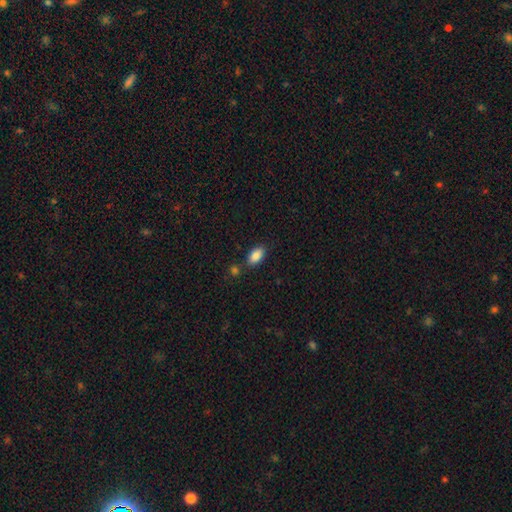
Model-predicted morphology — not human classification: The model was most divided on "merging": none: 77%, minor disturbance: 12%, merger: 8%, major disturbance: 3%. More confident: how rounded — in between (92%); smooth or featured — smooth (87%).